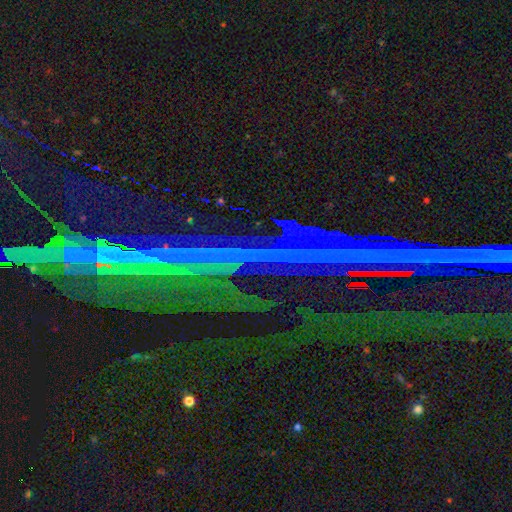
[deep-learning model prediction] Q: Smooth or featured?
A: star or artifact (84%); runner-up: featured or disk (9%)